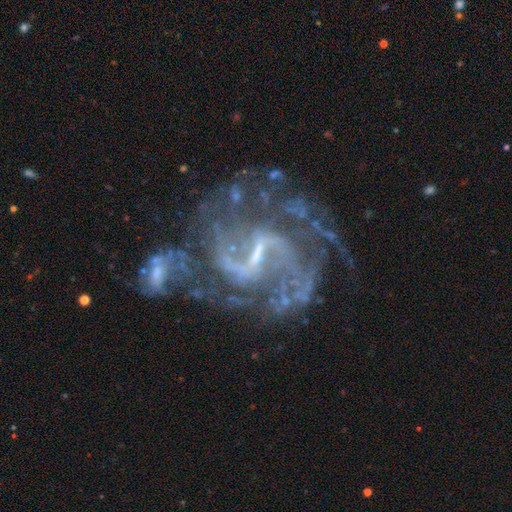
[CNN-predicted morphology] type=featured or disk (89%); edge-on=no (98%); bar=weak (49%); spiral arms=yes (94%); winding=medium (50%); arm count=2 (48%); bulge=small (61%); merging=none (43%).